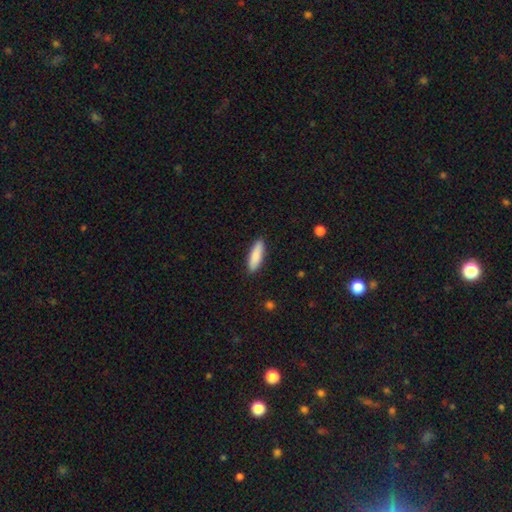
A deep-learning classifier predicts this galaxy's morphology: smooth 87%, featured or disk 7%, star or artifact 6%. Down the decision tree: how rounded — cigar-shaped (56%); merging — none (89%).